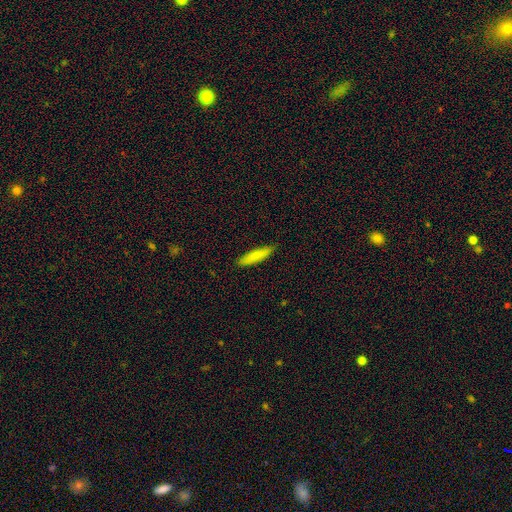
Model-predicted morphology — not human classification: Smooth or featured?
  - smooth: 80% *
  - featured or disk: 14%
  - star or artifact: 6%
How rounded?
  - cigar-shaped: 77% *
  - in between: 21%
  - round: 1%
Merging?
  - none: 87% *
  - minor disturbance: 11%
  - major disturbance: 2%
  - merger: 1%